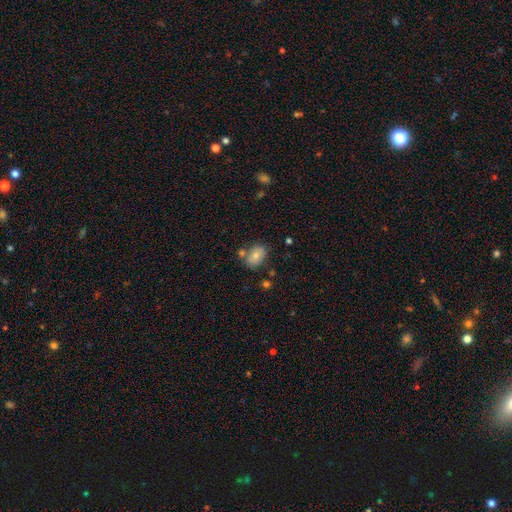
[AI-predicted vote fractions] smooth-or-featured: smooth: 75% | featured or disk: 16% | star or artifact: 9%
  how-rounded: in between: 74% | round: 24% | cigar-shaped: 1%
  merging: none: 70% | minor disturbance: 15% | merger: 12% | major disturbance: 4%